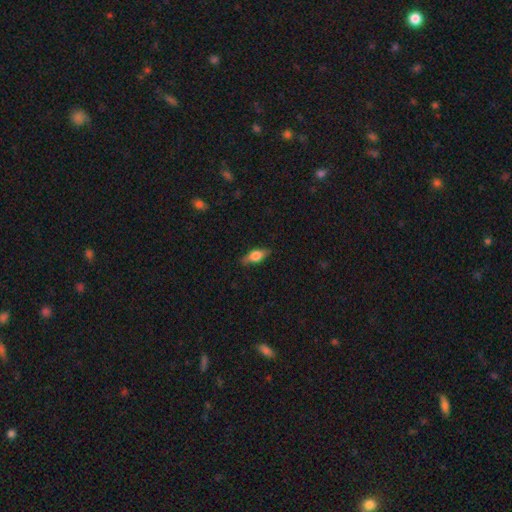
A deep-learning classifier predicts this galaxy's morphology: smooth_or_featured: smooth (p=0.60) [alt: featured or disk p=0.33]
how_rounded: in between (p=0.68) [alt: cigar-shaped p=0.27]
merging: none (p=0.81) [alt: minor disturbance p=0.14]